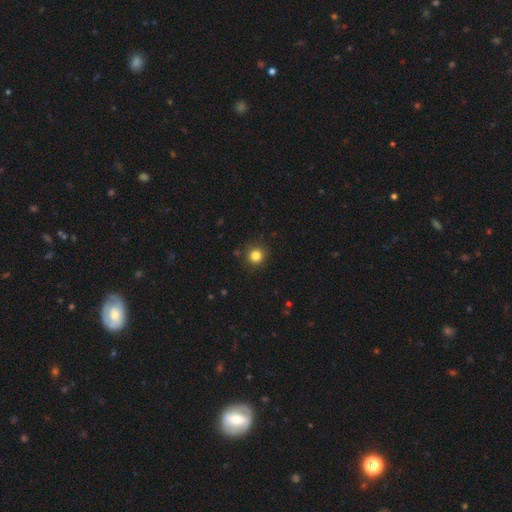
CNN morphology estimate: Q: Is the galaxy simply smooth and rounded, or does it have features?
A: smooth — 83%.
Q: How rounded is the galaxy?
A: round — 93%.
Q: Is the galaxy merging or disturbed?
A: none — 89%.